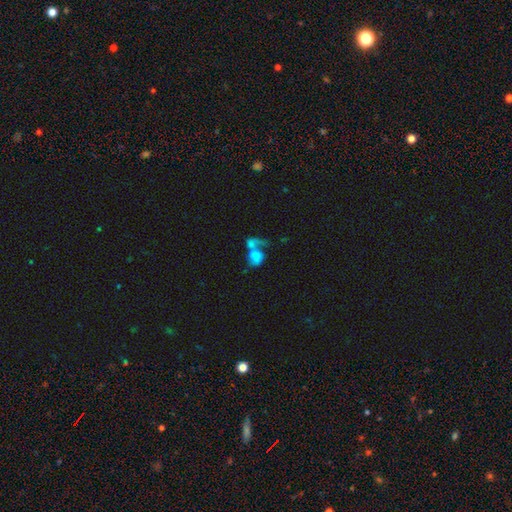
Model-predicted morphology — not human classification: type=smooth (59%); roundness=in between (57%); merging=merger (63%).